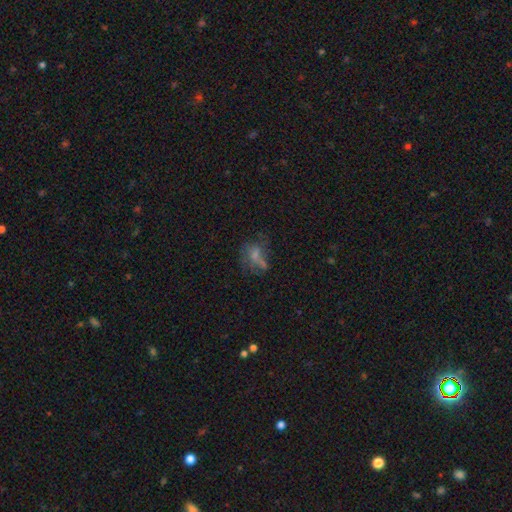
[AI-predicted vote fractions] smooth-or-featured: smooth: 49% | featured or disk: 32% | star or artifact: 19%
  merging: none: 37% | major disturbance: 28% | minor disturbance: 21% | merger: 14%